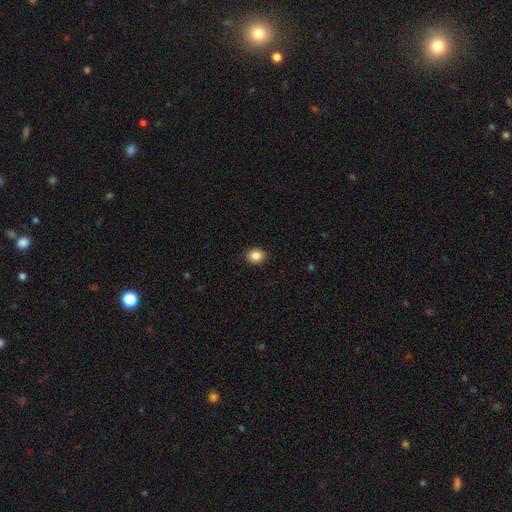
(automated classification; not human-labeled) The model was most divided on "how rounded": round: 62%, in between: 37%, cigar-shaped: 1%. More confident: merging — none (91%); smooth or featured — smooth (87%).